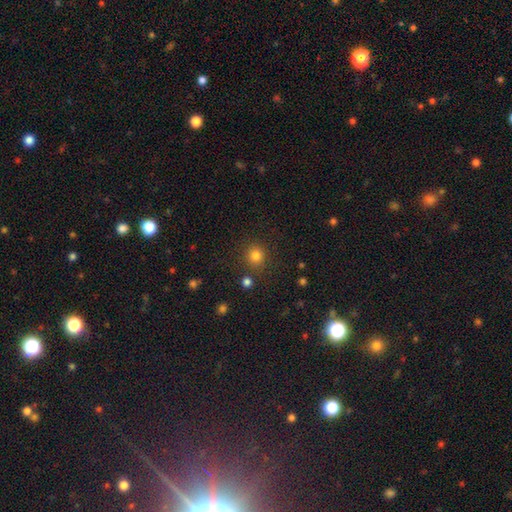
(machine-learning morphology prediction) Smooth or featured? Predicted: smooth (p=0.81). How rounded? Predicted: round (p=0.91). Merging? Predicted: none (p=0.84).